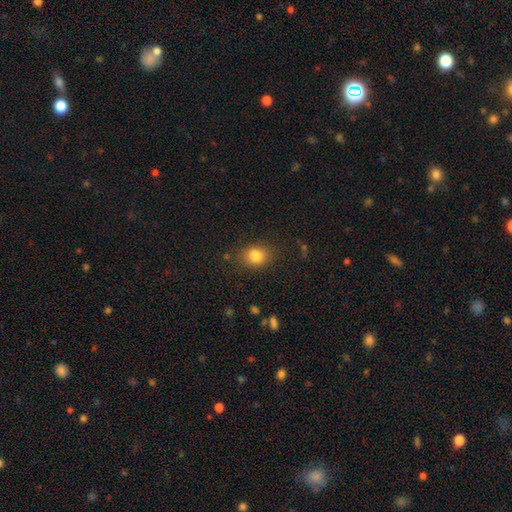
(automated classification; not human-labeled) Smooth or featured? smooth (82%)
How rounded? round (50%)
Merging? none (75%)